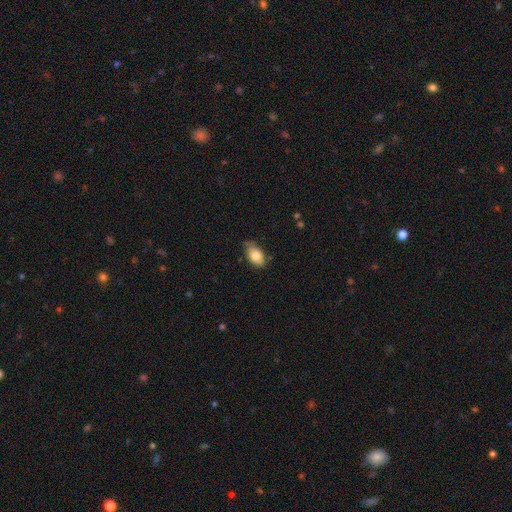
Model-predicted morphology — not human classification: Smooth or featured: smooth — 81% (featured or disk — 12%)
How rounded: in between — 91% (round — 6%)
Merging: none — 62% (minor disturbance — 31%)